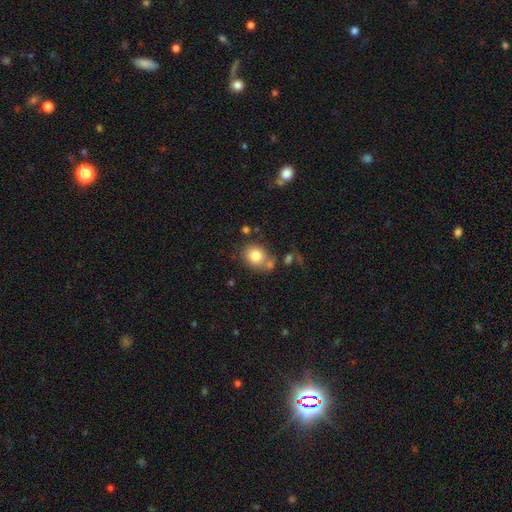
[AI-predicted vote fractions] Smooth or featured? smooth (80%)
How rounded? round (67%)
Merging? none (64%)